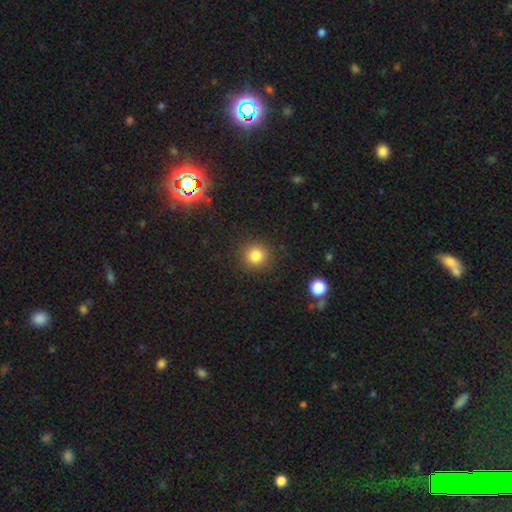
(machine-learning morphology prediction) Overall: smooth (83%). How rounded: round (92%). Merging: none (90%).